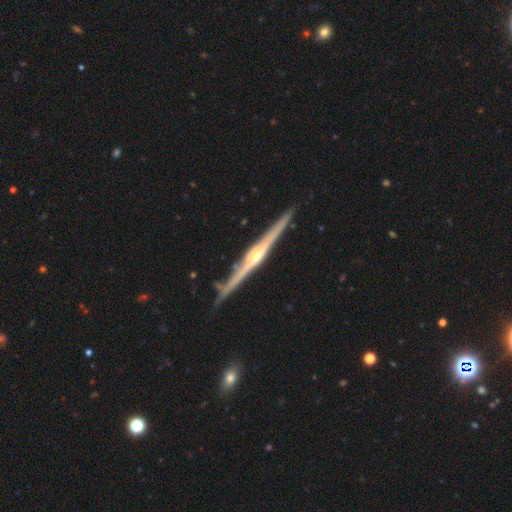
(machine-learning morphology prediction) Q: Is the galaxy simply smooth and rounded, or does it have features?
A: featured or disk — 87%.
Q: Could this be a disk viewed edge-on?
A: yes — 98%.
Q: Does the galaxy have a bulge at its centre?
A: rounded — 78%.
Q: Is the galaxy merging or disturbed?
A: none — 84%.